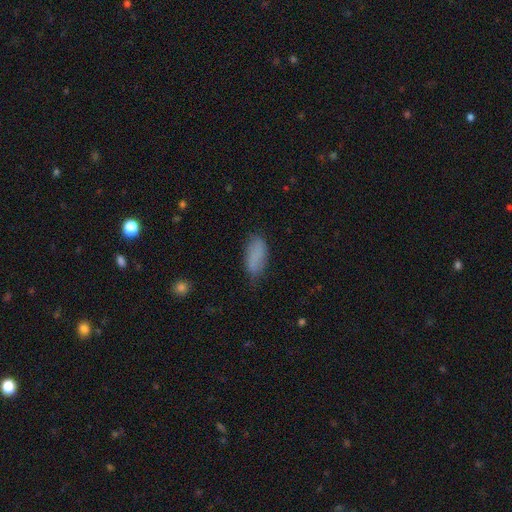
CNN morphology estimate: Overall: smooth (82%). How rounded: in between (86%). Merging: none (68%).